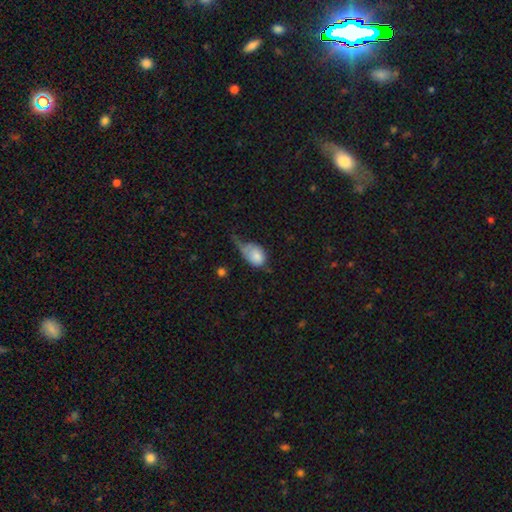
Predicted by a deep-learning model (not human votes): A smooth galaxy with no disk features (78%) that is in between round and cigar-shaped (77%).

Vote fractions:
- Smooth or featured? smooth: 78% / featured or disk: 14% / star or artifact: 7%
- How rounded? in between: 77% / round: 22% / cigar-shaped: 1%
- Merging? major disturbance: 38% / minor disturbance: 32% / none: 22% / merger: 8%